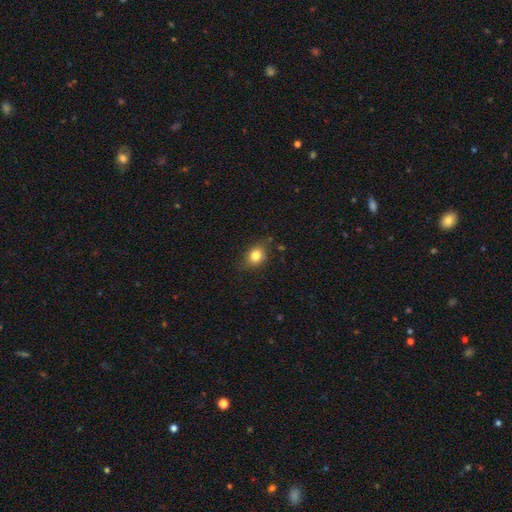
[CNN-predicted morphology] Smooth or featured: smooth — 80% (star or artifact — 11%)
How rounded: round — 51% (in between — 48%)
Merging: none — 75% (minor disturbance — 19%)